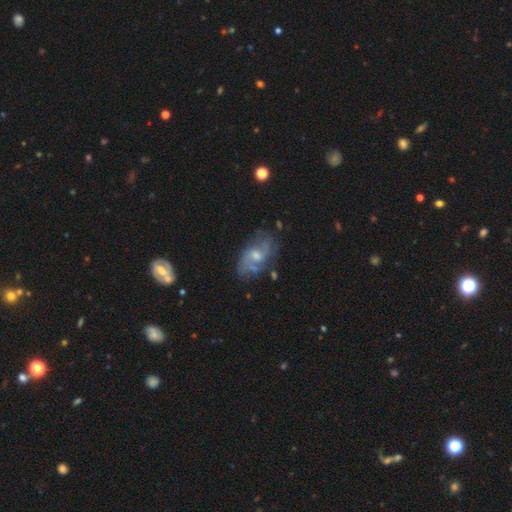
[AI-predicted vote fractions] Smooth or featured: featured or disk — 77% (smooth — 15%)
Edge-on disk: no — 95% (yes — 5%)
Bar: no — 48% (weak — 45%)
Spiral arms: yes — 87% (no — 13%)
Spiral winding: medium — 44% (loose — 33%)
Spiral arm count: 2 — 62% (can't tell — 22%)
Bulge size: moderate — 56% (small — 32%)
Merging: none — 68% (minor disturbance — 20%)